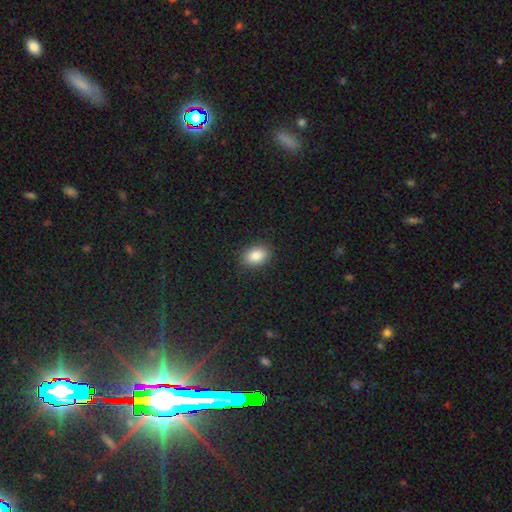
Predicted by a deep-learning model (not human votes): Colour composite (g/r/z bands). It shows a smooth galaxy with no disk features (86%) that is in between round and cigar-shaped (78%). Merging: none (88%).